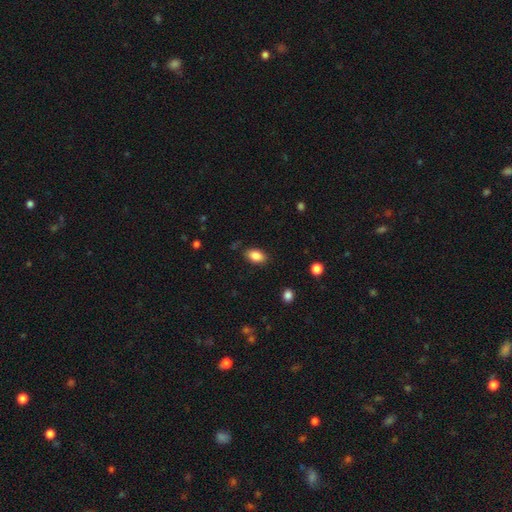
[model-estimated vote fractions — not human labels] The model was most divided on "merging": none: 85%, minor disturbance: 11%, major disturbance: 3%, merger: 1%. More confident: how rounded — in between (90%); smooth or featured — smooth (87%).